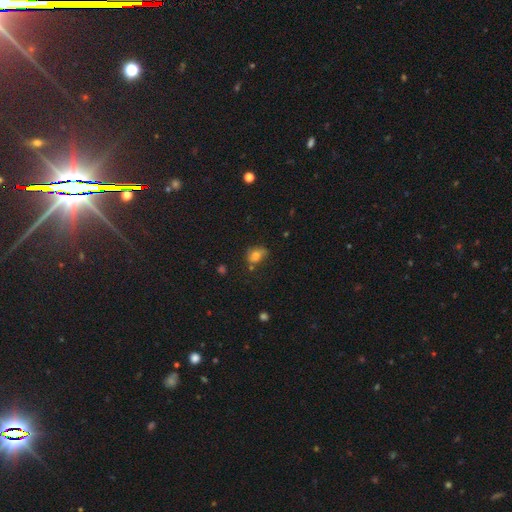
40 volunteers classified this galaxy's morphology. Smooth or featured? smooth (60%)
How rounded? in between (62%)
Merging? none (57%)